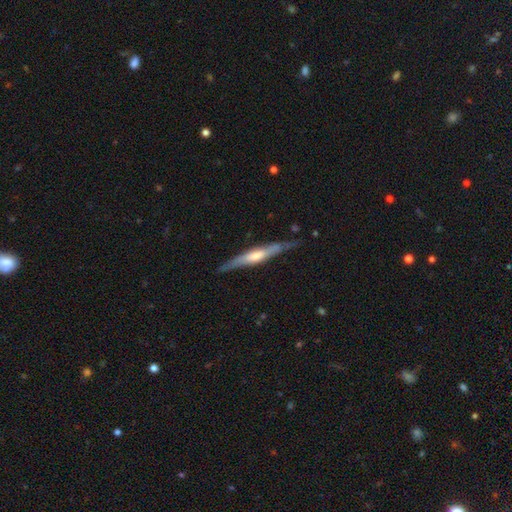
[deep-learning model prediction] This is likely a featured or disk galaxy (69%). It is clearly viewed edge-on (92%). Edge-on bulge: likely rounded (62%). Merging: likely none (77%).